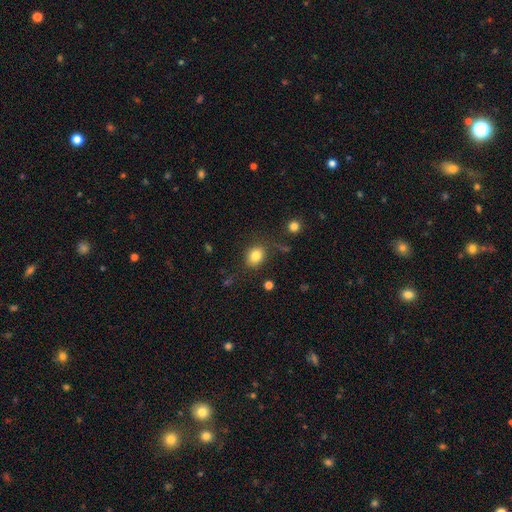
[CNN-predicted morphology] A smooth galaxy with no disk features (82%) that is round (51%).

Vote fractions:
- Smooth or featured? smooth: 82% / star or artifact: 11% / featured or disk: 8%
- How rounded? round: 51% / in between: 48% / cigar-shaped: 1%
- Merging? none: 78% / minor disturbance: 13% / major disturbance: 5% / merger: 3%